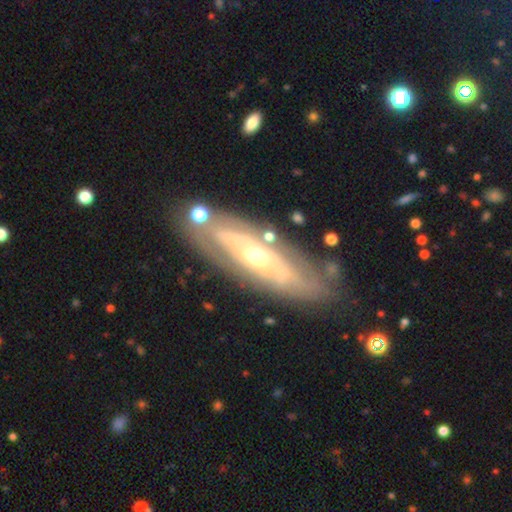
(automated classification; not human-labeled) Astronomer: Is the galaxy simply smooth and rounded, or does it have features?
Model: featured or disk — 80%.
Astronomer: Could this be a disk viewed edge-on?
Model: no — 77%.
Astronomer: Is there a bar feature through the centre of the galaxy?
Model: no — 72%.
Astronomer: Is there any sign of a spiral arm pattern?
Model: yes — 65%.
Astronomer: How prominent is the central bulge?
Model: moderate — 54% (runner-up: small, 40%).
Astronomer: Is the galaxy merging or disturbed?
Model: none — 77%.